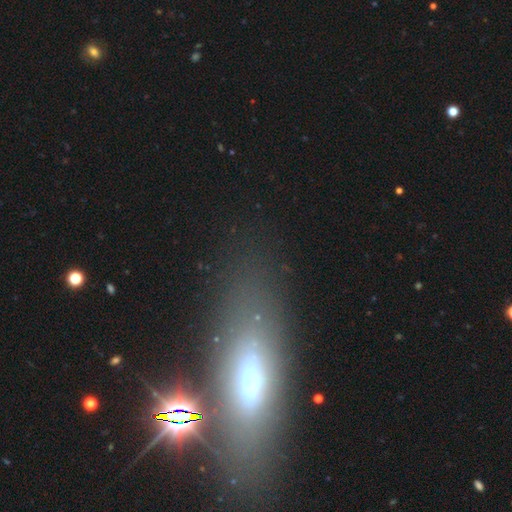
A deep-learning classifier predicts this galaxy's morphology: Q: Smooth or featured?
A: smooth (36%); runner-up: star or artifact (34%)
Q: Merging?
A: none (53%); runner-up: major disturbance (20%)